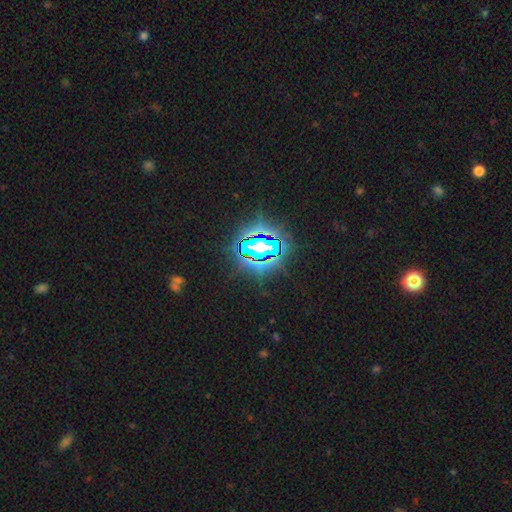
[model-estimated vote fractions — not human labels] Smooth or featured? Predicted: star or artifact (p=0.80).